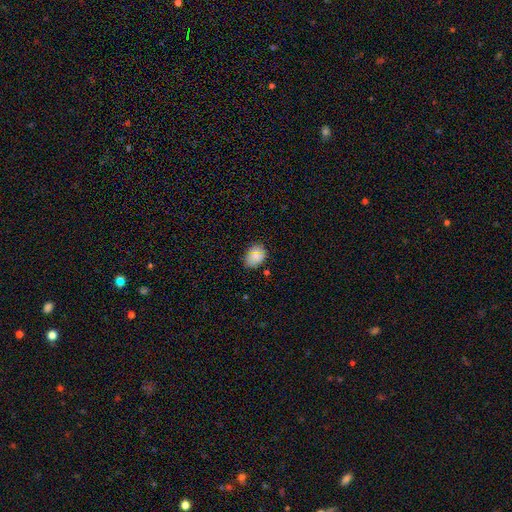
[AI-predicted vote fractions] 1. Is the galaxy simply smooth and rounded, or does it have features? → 80% smooth, 12% star or artifact, 8% featured or disk.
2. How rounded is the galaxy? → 74% in between, 25% round, 1% cigar-shaped.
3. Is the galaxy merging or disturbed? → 81% none, 15% minor disturbance, 3% major disturbance, 2% merger.